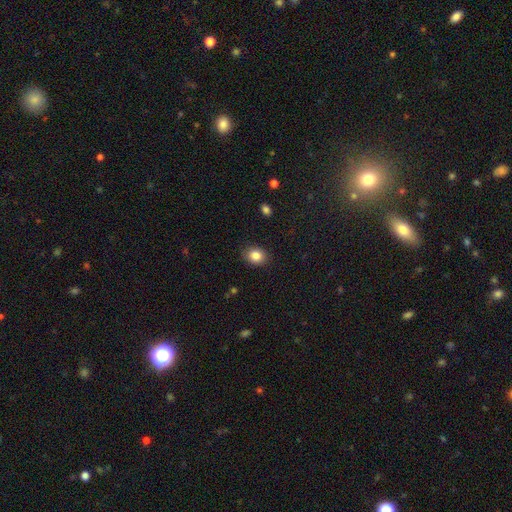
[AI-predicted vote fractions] A smooth galaxy with no disk features (85%) that is round (54%). Merging: none (87%).